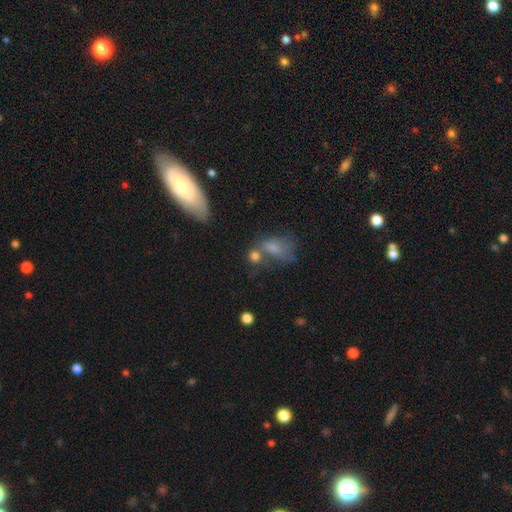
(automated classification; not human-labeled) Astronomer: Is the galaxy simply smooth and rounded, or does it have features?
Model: smooth — 61%.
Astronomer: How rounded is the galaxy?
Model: in between — 62%.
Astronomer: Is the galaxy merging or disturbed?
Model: none — 38% (runner-up: merger, 28%).